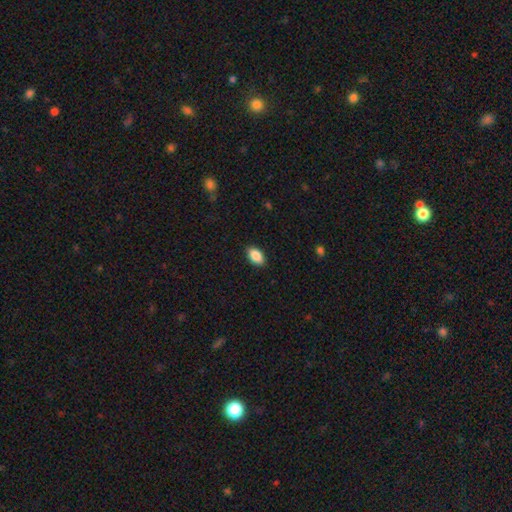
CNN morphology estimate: smooth-or-featured: smooth: 88% | star or artifact: 7% | featured or disk: 5%
  how-rounded: in between: 93% | round: 5% | cigar-shaped: 2%
  merging: none: 89% | minor disturbance: 8% | major disturbance: 2% | merger: 1%